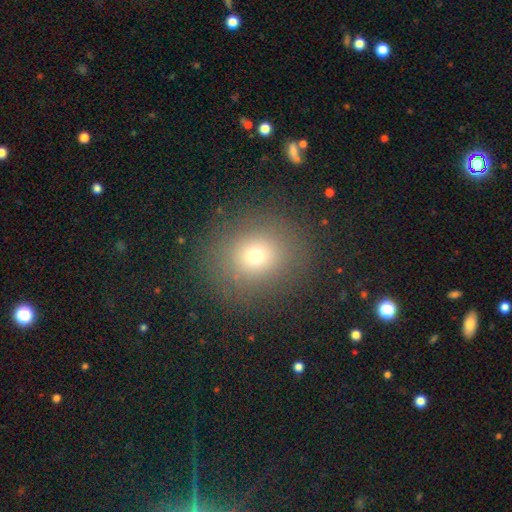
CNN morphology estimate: This appears to be a smooth galaxy with no disk features (69%) that is round (81%). Merging: none (87%).